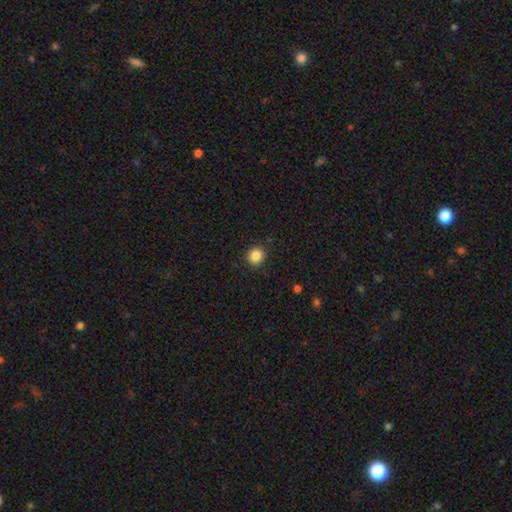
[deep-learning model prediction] smooth_or_featured: smooth (p=0.86) [alt: star or artifact p=0.10]
how_rounded: round (p=0.90) [alt: in between p=0.09]
merging: none (p=0.91) [alt: minor disturbance p=0.06]